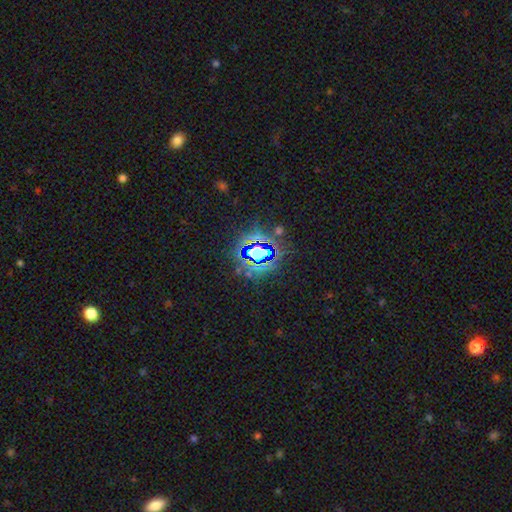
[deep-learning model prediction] smooth_or_featured: star or artifact (p=0.75) [alt: smooth p=0.13]